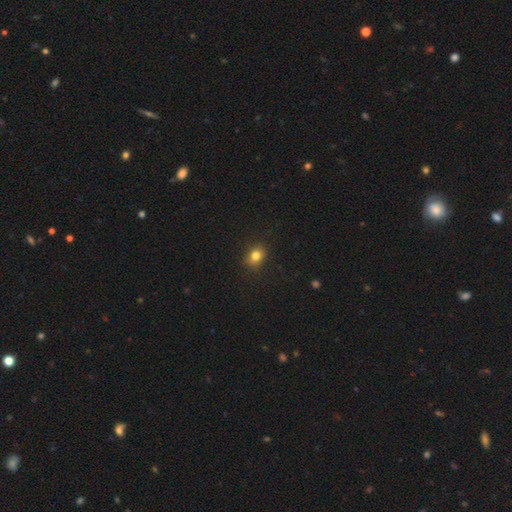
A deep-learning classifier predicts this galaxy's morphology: Q: Smooth or featured?
A: smooth (80%); runner-up: star or artifact (12%)
Q: How rounded?
A: round (50%); runner-up: in between (48%)
Q: Merging?
A: none (86%); runner-up: minor disturbance (10%)